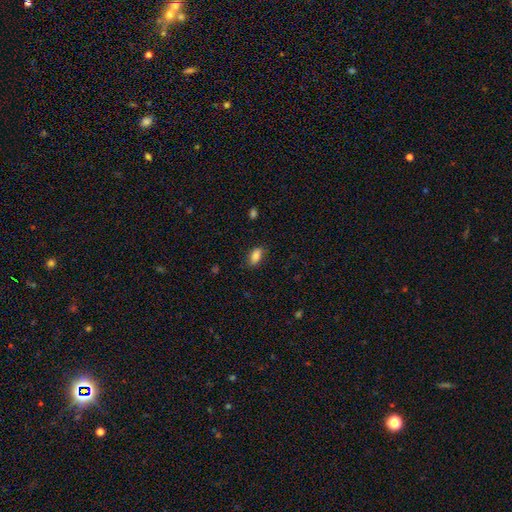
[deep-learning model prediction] smooth-or-featured: smooth: 86% | star or artifact: 8% | featured or disk: 6%
  how-rounded: in between: 90% | cigar-shaped: 5% | round: 5%
  merging: none: 81% | minor disturbance: 15% | major disturbance: 4% | merger: 1%